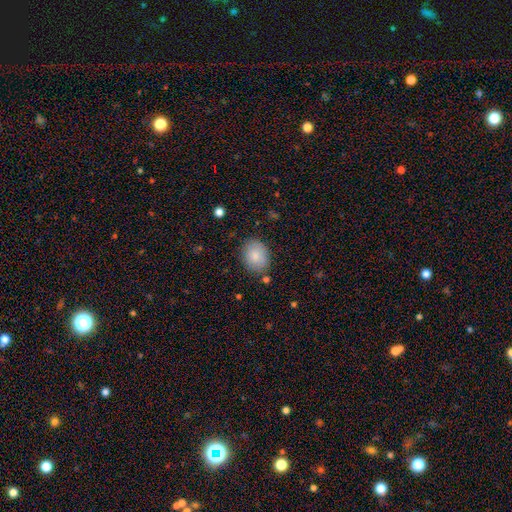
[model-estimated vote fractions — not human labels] The model was most divided on "how rounded": in between: 59%, round: 41%, cigar-shaped: 1%. More confident: smooth or featured — smooth (85%); merging — none (81%).